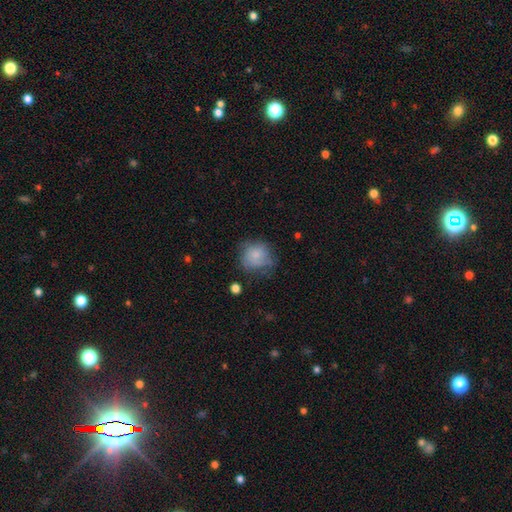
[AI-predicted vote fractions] Smooth or featured?
  - smooth: 74% *
  - featured or disk: 17%
  - star or artifact: 9%
How rounded?
  - round: 78% *
  - in between: 21%
  - cigar-shaped: 1%
Merging?
  - none: 53% *
  - minor disturbance: 30%
  - major disturbance: 14%
  - merger: 3%